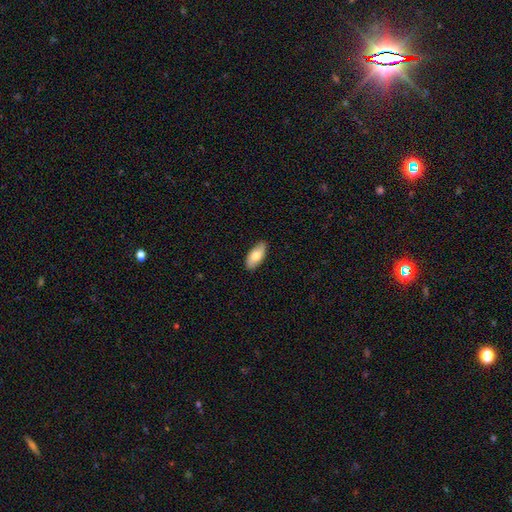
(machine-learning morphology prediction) A smooth galaxy with no disk features (73%) that is in between round and cigar-shaped (88%). Merging: none (86%).